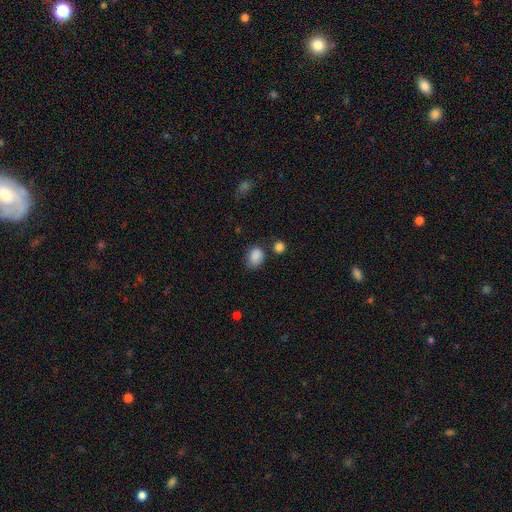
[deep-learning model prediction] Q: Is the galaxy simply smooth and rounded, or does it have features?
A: smooth — 86%.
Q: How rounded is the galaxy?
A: in between — 60%.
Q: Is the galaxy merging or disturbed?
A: none — 64%.